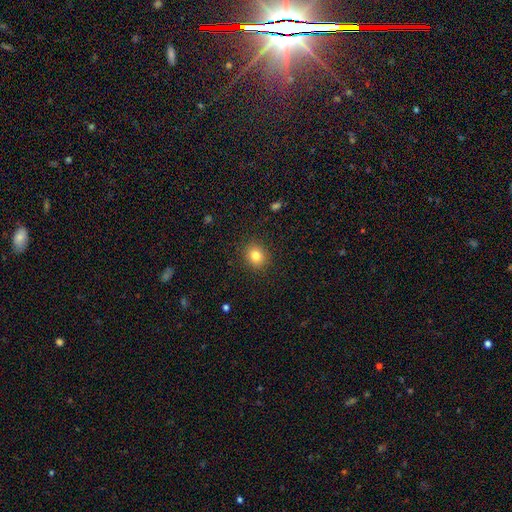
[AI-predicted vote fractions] Smooth or featured? Predicted: smooth (p=0.82). How rounded? Predicted: round (p=0.76). Merging? Predicted: none (p=0.90).